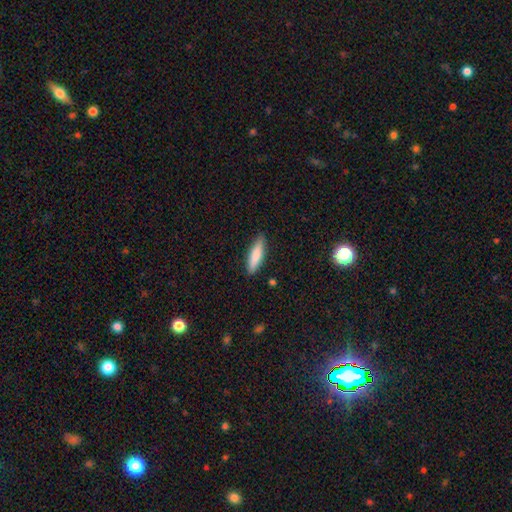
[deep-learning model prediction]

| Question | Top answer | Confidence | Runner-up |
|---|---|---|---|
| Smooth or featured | smooth | 81% | featured or disk (14%) |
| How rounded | cigar-shaped | 69% | in between (30%) |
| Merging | none | 86% | minor disturbance (11%) |